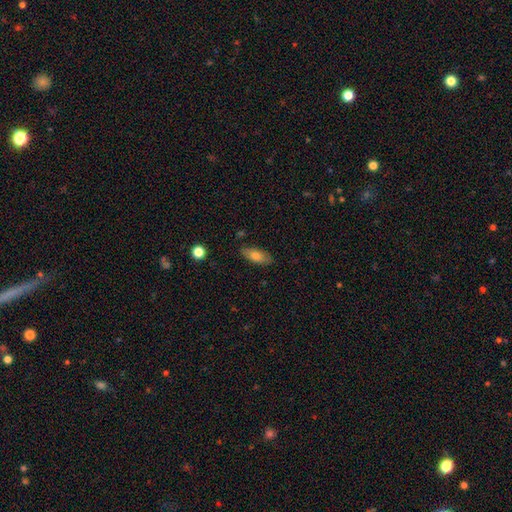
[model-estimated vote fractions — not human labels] The model was most divided on "smooth or featured": smooth: 72%, featured or disk: 21%, star or artifact: 7%. More confident: how rounded — in between (84%); merging — none (82%).